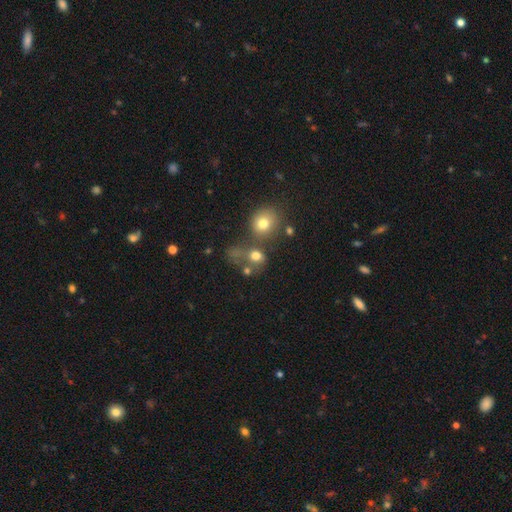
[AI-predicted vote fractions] A smooth galaxy with no disk features (72%) that is round (63%). Merging: none (39%).